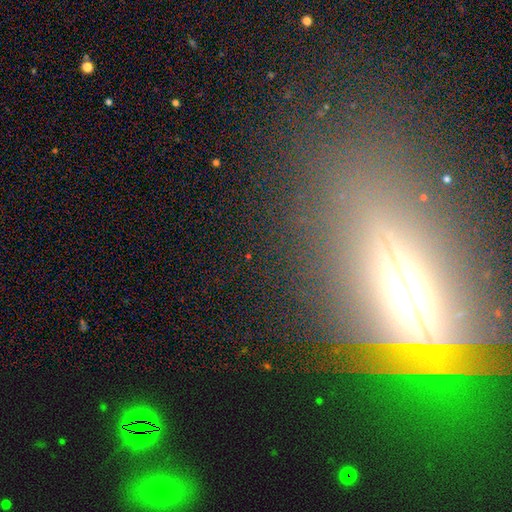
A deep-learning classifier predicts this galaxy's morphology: The model was most divided on "smooth or featured": featured or disk: 49%, star or artifact: 32%, smooth: 19%. More confident: merging — none (71%).